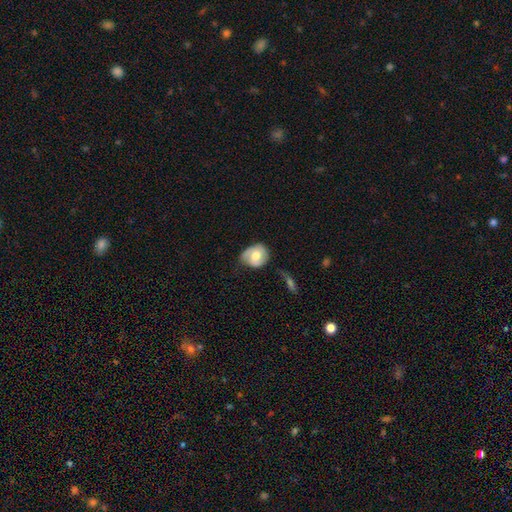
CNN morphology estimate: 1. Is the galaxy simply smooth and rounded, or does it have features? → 48% smooth, 46% featured or disk, 6% star or artifact.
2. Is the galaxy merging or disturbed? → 48% none, 34% minor disturbance, 15% major disturbance, 3% merger.